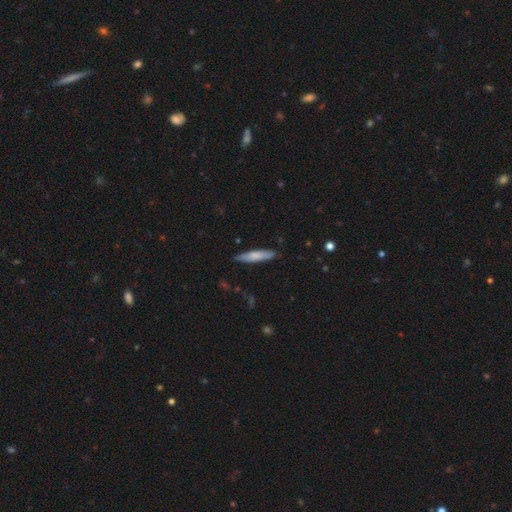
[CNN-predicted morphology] The model was most divided on "smooth or featured": smooth: 74%, featured or disk: 20%, star or artifact: 5%. More confident: merging — none (84%); how rounded — cigar-shaped (84%).